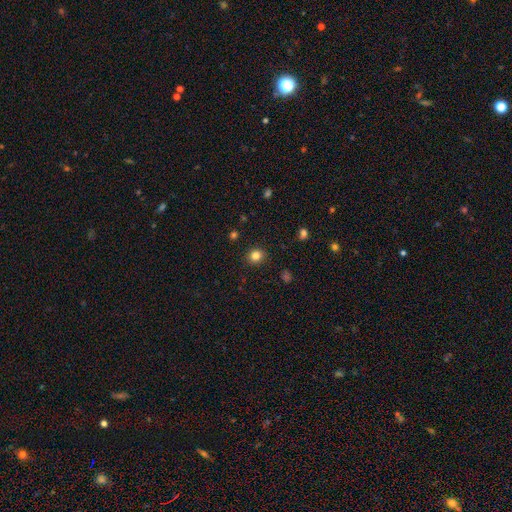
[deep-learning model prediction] smooth-or-featured: smooth: 82% | star or artifact: 13% | featured or disk: 5%
  how-rounded: round: 85% | in between: 14% | cigar-shaped: 1%
  merging: none: 90% | minor disturbance: 7% | major disturbance: 2% | merger: 1%